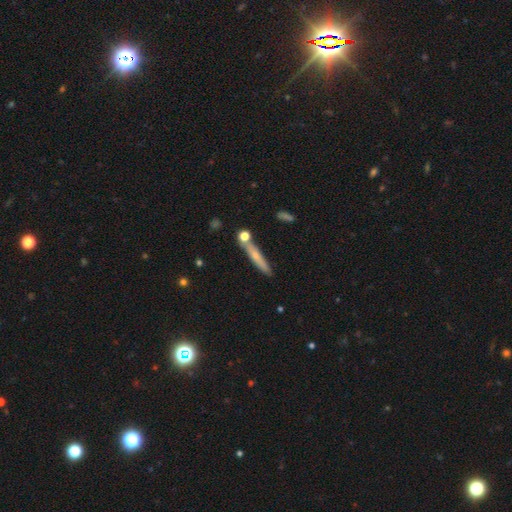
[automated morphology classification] type=smooth (53%); roundness=cigar-shaped (92%); merging=none (76%).